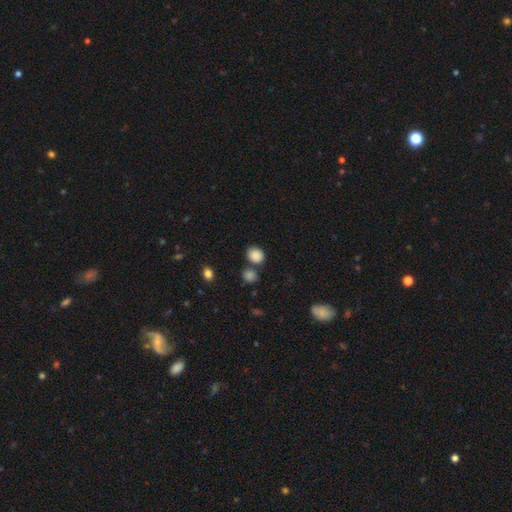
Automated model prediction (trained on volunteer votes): This appears to be a smooth galaxy with no disk features (86%) that is round (67%). Merging: none (69%).